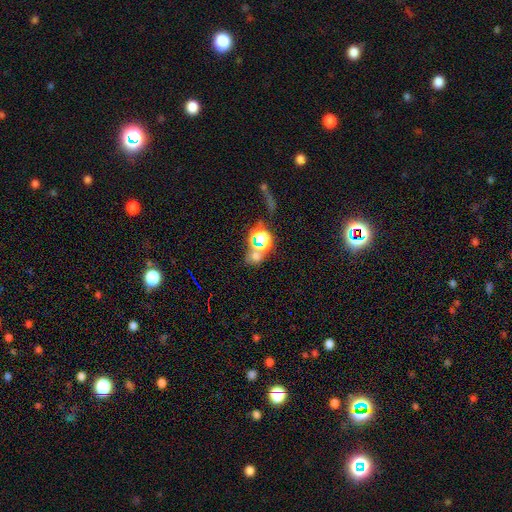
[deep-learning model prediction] Overall: star or artifact (45%; smooth 43%).